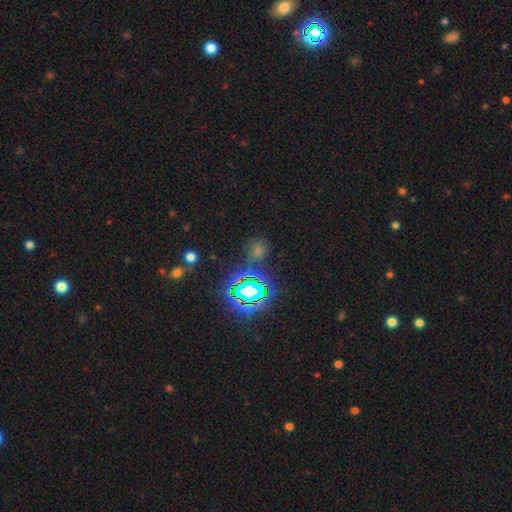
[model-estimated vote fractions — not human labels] Smooth or featured: star or artifact — 59% (smooth — 33%)